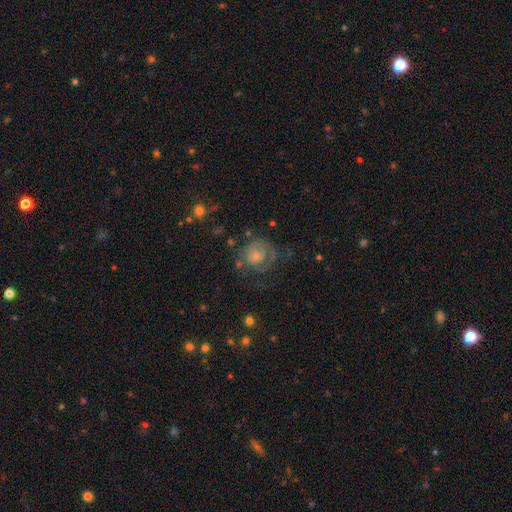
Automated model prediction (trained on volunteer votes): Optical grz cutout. It shows a featured or disk galaxy (59%) with no bar (81%), spiral arms (73%) and a small central bulge (46%). Merging: none (57%).